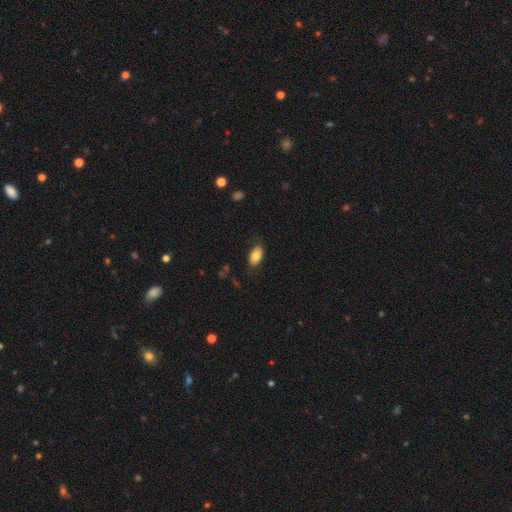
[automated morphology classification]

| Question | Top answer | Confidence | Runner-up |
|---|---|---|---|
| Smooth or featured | smooth | 81% | featured or disk (12%) |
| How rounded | in between | 93% | round (4%) |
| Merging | none | 80% | minor disturbance (15%) |